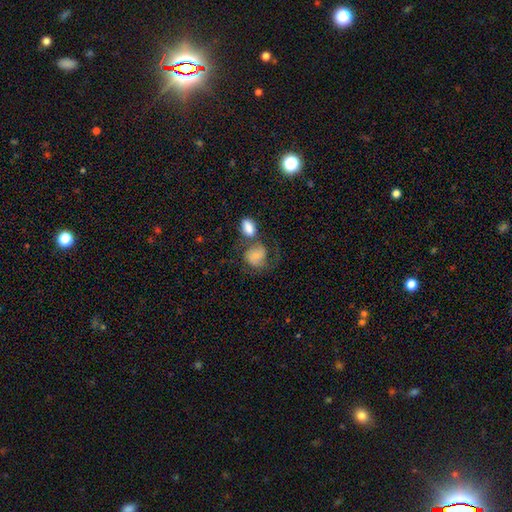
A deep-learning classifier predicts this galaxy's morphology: Smooth or featured: smooth — 68% (featured or disk — 24%)
How rounded: round — 54% (in between — 44%)
Merging: merger — 38% (none — 30%)